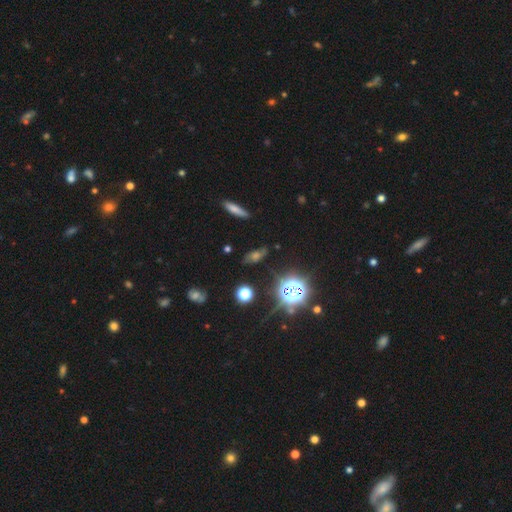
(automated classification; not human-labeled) Smooth or featured?
  - star or artifact: 43% *
  - smooth: 33%
  - featured or disk: 24%